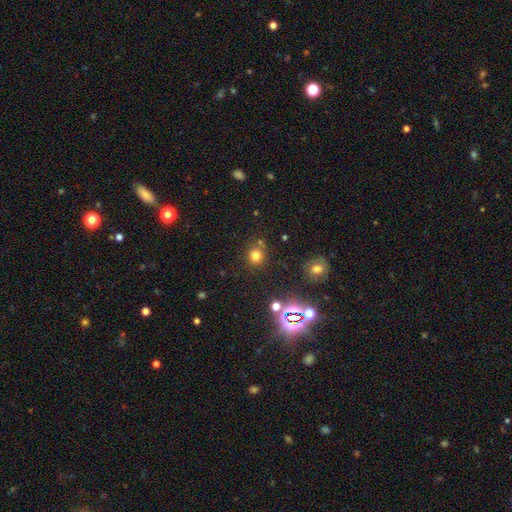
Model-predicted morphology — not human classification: Smooth or featured? Predicted: smooth (p=0.71). How rounded? Predicted: round (p=0.88). Merging? Predicted: none (p=0.76).